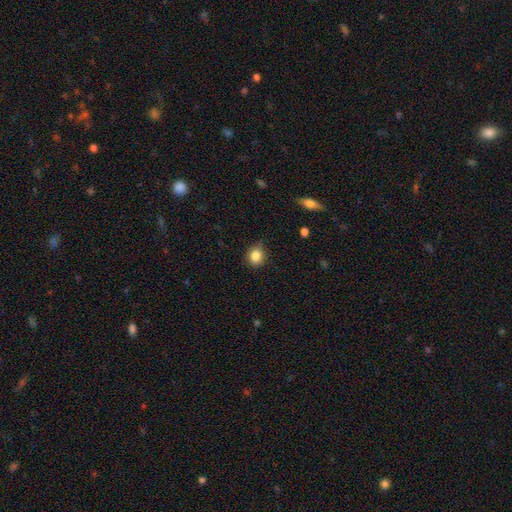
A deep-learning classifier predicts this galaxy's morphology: The model was most divided on "how rounded": round: 75%, in between: 24%, cigar-shaped: 1%. More confident: smooth or featured — smooth (84%); merging — none (76%).